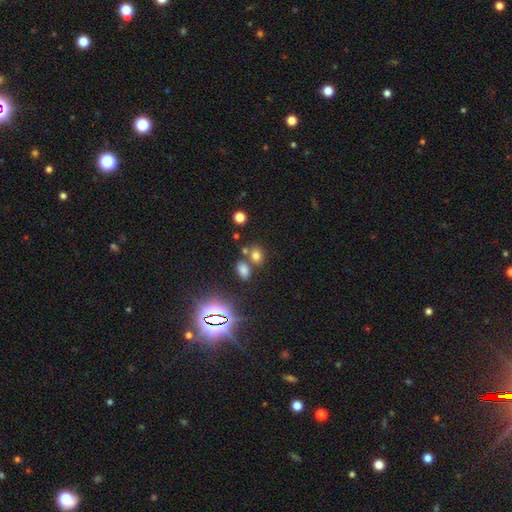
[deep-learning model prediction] smooth 68%, star or artifact 24%, featured or disk 8%. Down the decision tree: how rounded — round (51%); merging — none (63%).